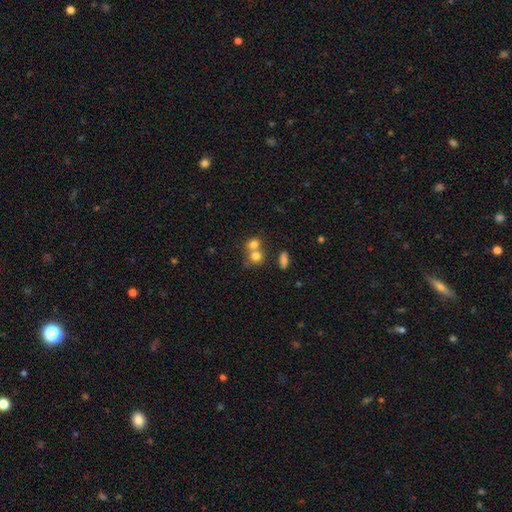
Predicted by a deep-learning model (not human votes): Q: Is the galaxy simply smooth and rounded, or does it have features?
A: smooth — 76%.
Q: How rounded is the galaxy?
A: round — 75%.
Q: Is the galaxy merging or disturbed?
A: merger — 50%.